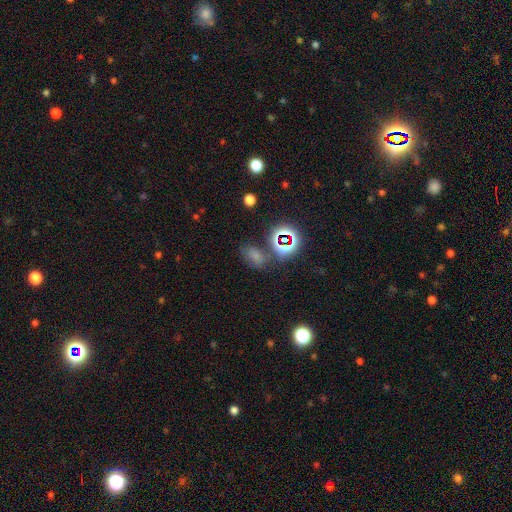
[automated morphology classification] Q: Smooth or featured?
A: smooth (58%); runner-up: star or artifact (32%)
Q: How rounded?
A: in between (80%); runner-up: round (17%)
Q: Merging?
A: none (59%); runner-up: minor disturbance (19%)